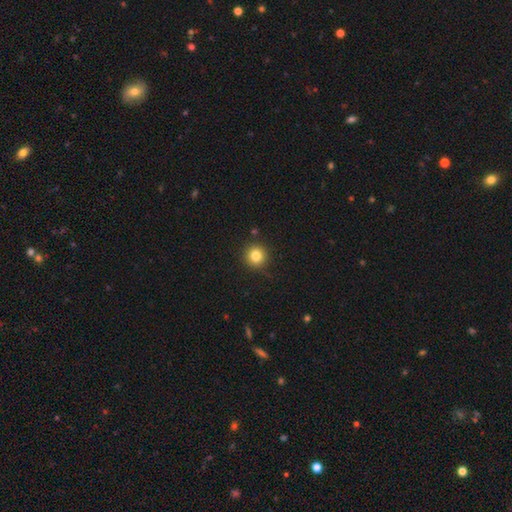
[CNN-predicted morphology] smooth 82%, star or artifact 12%, featured or disk 7%. Down the decision tree: how rounded — round (94%); merging — none (89%).